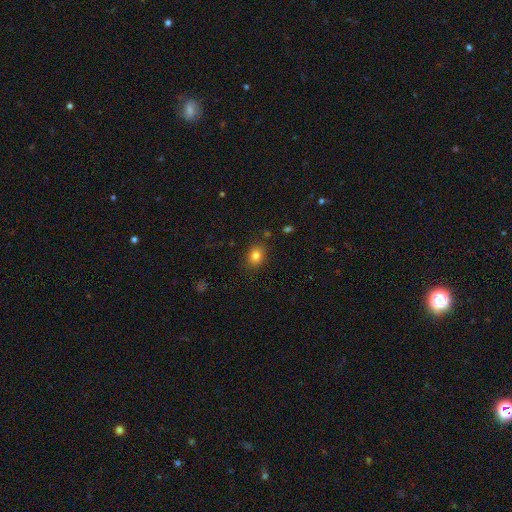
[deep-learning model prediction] Smooth or featured?
  - smooth: 81% *
  - star or artifact: 11%
  - featured or disk: 7%
How rounded?
  - in between: 53% *
  - round: 46%
  - cigar-shaped: 1%
Merging?
  - none: 86% *
  - minor disturbance: 10%
  - major disturbance: 3%
  - merger: 2%